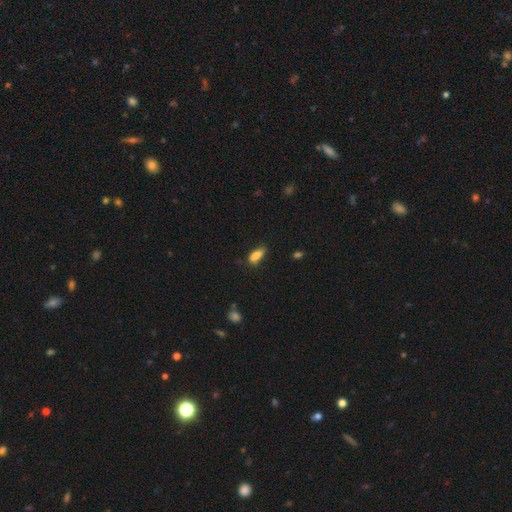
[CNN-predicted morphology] smooth 84%, star or artifact 8%, featured or disk 8%. Down the decision tree: how rounded — in between (80%); merging — none (60%).